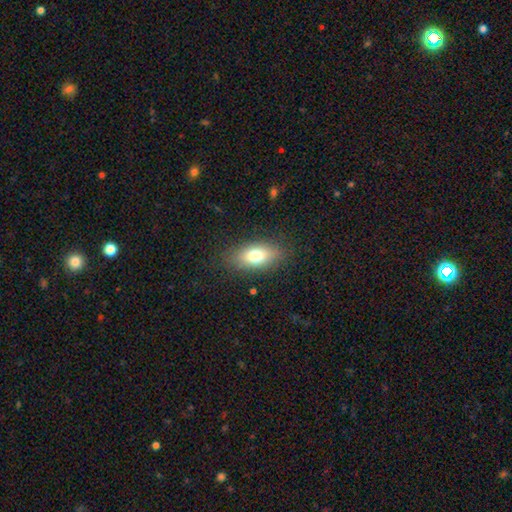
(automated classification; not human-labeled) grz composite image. It shows a smooth galaxy with no disk features (74%) that is in between round and cigar-shaped (84%). Merging: none (84%).